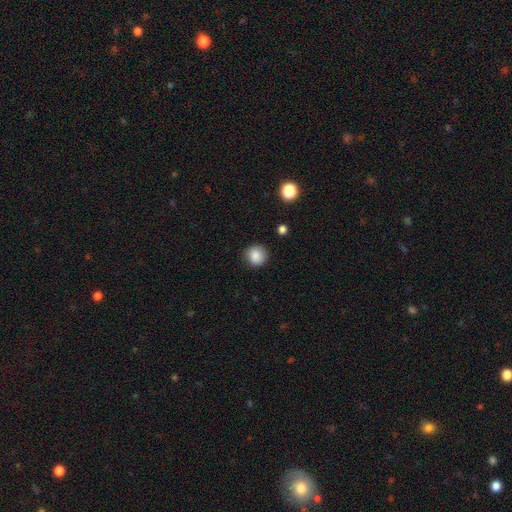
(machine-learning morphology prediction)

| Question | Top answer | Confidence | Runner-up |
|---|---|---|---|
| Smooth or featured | smooth | 86% | star or artifact (10%) |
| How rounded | round | 92% | in between (7%) |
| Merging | none | 88% | minor disturbance (9%) |